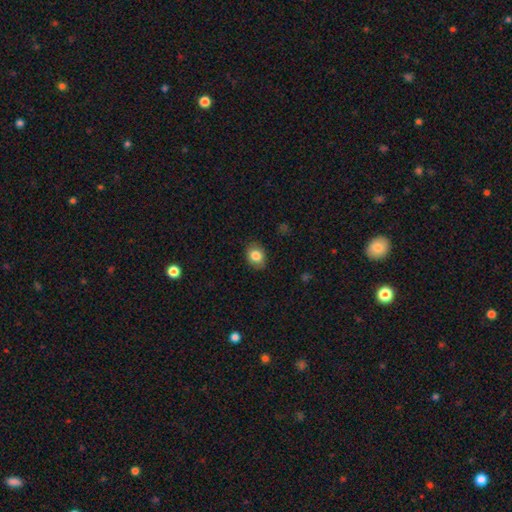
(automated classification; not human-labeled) This is clearly a smooth galaxy (83%). How rounded: likely in between (67%). Merging: clearly none (85%).